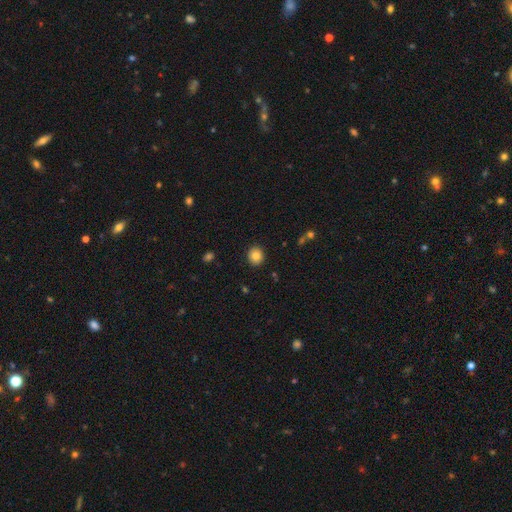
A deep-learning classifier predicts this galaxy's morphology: A smooth galaxy with no disk features (84%) that is round (76%).

Vote fractions:
- Smooth or featured? smooth: 84% / star or artifact: 10% / featured or disk: 7%
- How rounded? round: 76% / in between: 23% / cigar-shaped: 1%
- Merging? none: 90% / minor disturbance: 7% / major disturbance: 2% / merger: 1%